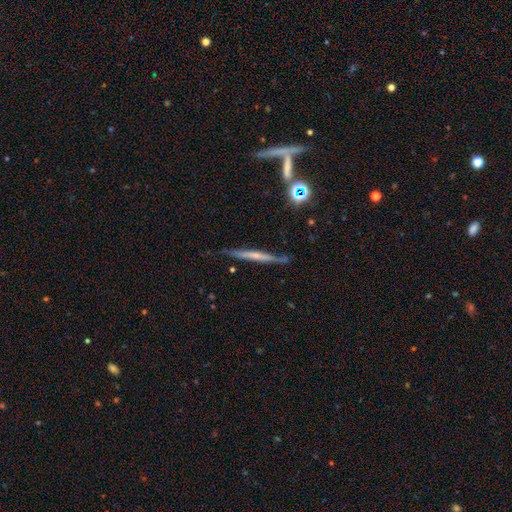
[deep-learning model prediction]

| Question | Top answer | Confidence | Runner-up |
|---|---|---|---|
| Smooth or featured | featured or disk | 57% | smooth (34%) |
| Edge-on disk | yes | 93% | no (7%) |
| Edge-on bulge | none | 65% | rounded (23%) |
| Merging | none | 78% | minor disturbance (15%) |